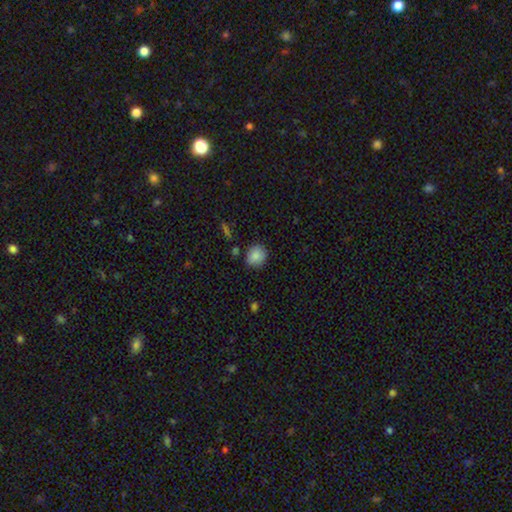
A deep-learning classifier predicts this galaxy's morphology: The model was most divided on "how rounded": round: 82%, in between: 17%, cigar-shaped: 1%. More confident: smooth or featured — smooth (86%); merging — none (82%).